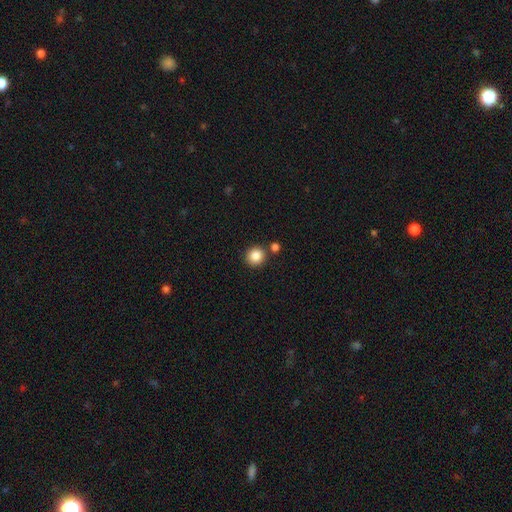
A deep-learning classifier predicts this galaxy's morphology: This is clearly a smooth galaxy (86%). How rounded: clearly round (90%). Merging: clearly none (81%).